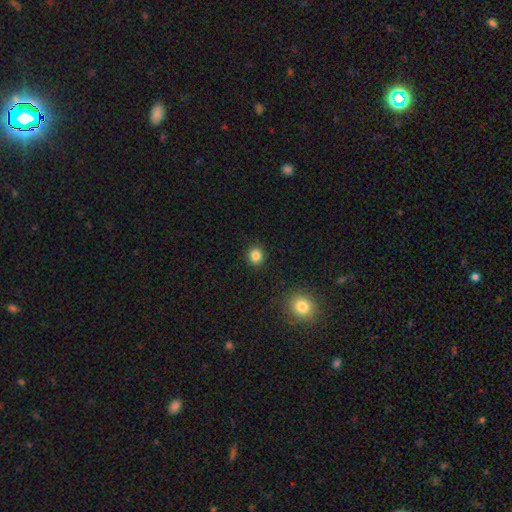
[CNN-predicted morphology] Overall: smooth (84%). How rounded: round (87%). Merging: none (91%).